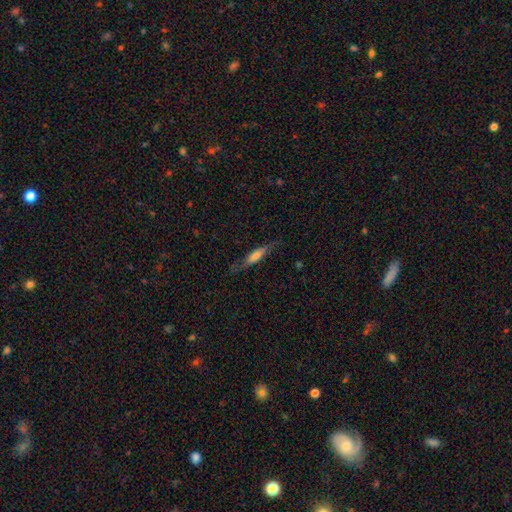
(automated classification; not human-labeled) Smooth or featured? smooth (48%)
Merging? none (74%)